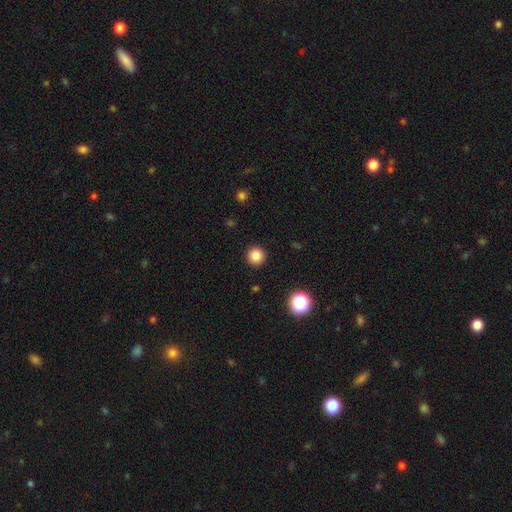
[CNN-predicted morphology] smooth_or_featured: smooth (p=0.84) [alt: star or artifact p=0.12]
how_rounded: round (p=0.96) [alt: in between p=0.03]
merging: none (p=0.93) [alt: minor disturbance p=0.04]